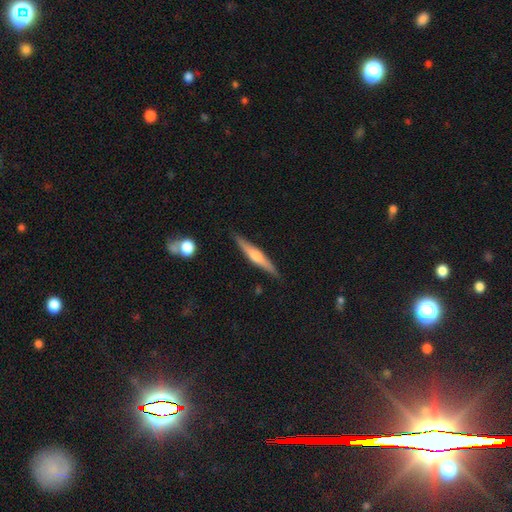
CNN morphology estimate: A featured or disk galaxy (65%) viewed edge-on (97%) with a rounded central bulge (86%).

Vote fractions:
- Smooth or featured? featured or disk: 65% / smooth: 29% / star or artifact: 6%
- Edge-on disk? yes: 97% / no: 3%
- Edge-on bulge? rounded: 86% / boxy: 8% / none: 6%
- Merging? none: 87% / minor disturbance: 9% / merger: 2% / major disturbance: 2%